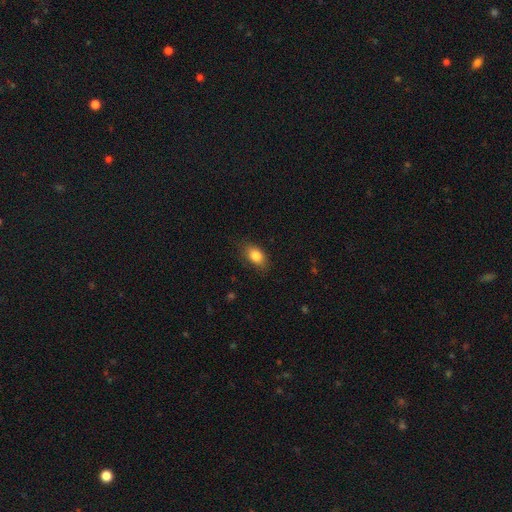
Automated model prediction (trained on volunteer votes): The model was most divided on "merging": none: 80%, minor disturbance: 15%, major disturbance: 4%, merger: 1%. More confident: how rounded — in between (85%); smooth or featured — smooth (84%).